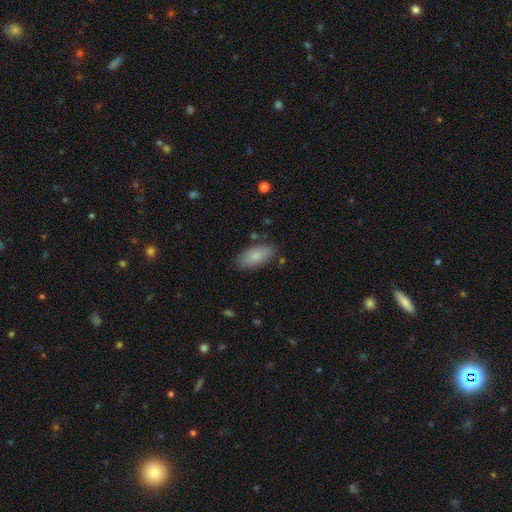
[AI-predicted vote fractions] smooth-or-featured: smooth: 83% | featured or disk: 10% | star or artifact: 6%
  how-rounded: in between: 90% | cigar-shaped: 8% | round: 2%
  merging: none: 82% | minor disturbance: 13% | major disturbance: 3% | merger: 2%